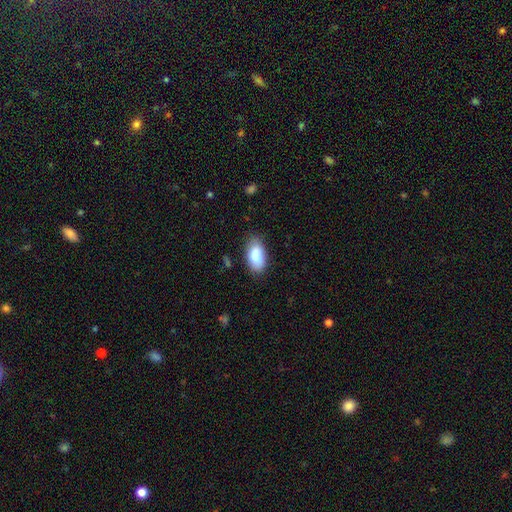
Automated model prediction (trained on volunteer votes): A smooth galaxy with no disk features (85%) that is in between round and cigar-shaped (93%). Merging: none (78%).